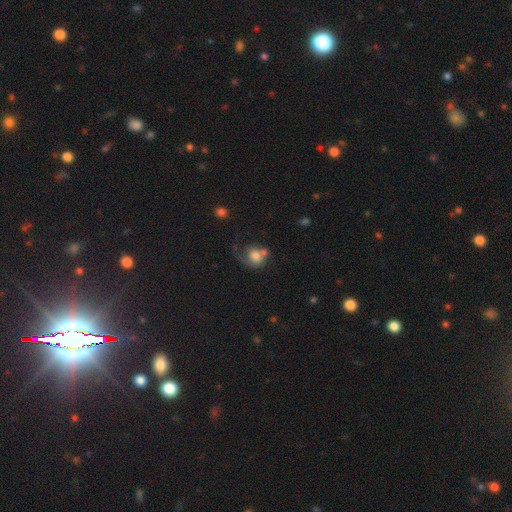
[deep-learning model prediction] Morphology: type=smooth (56%); roundness=round (60%); merging=major disturbance (32%).